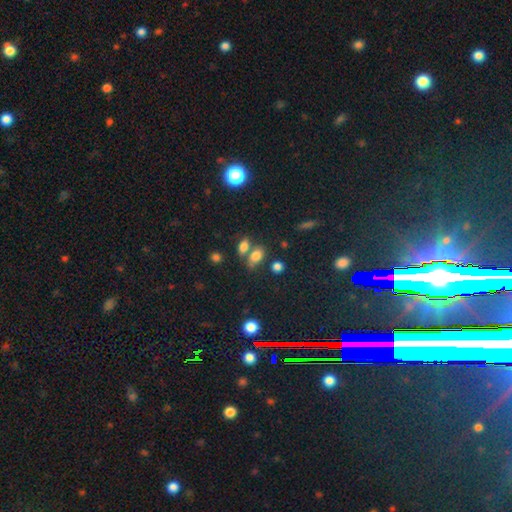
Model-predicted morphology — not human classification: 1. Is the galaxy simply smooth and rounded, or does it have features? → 78% smooth, 13% star or artifact, 9% featured or disk.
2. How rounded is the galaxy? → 81% in between, 15% round, 3% cigar-shaped.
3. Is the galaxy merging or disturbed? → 48% none, 32% merger, 14% minor disturbance, 6% major disturbance.